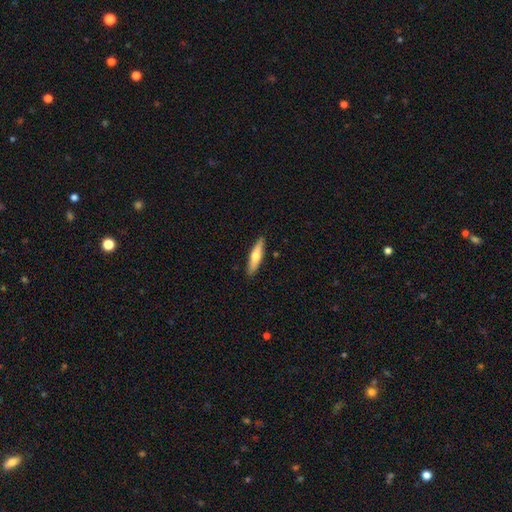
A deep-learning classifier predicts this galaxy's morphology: A smooth galaxy with no disk features (62%) that is cigar-shaped (77%). Merging: none (89%).